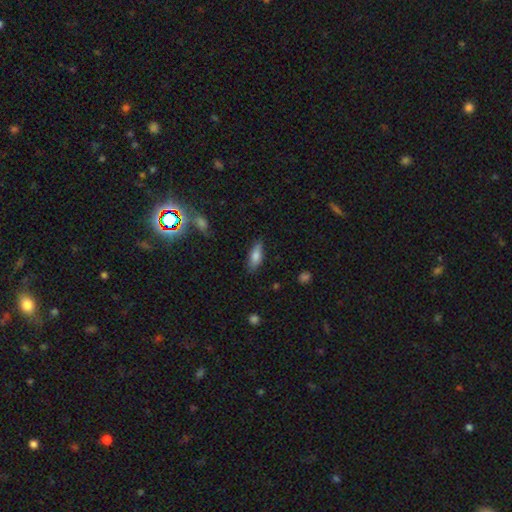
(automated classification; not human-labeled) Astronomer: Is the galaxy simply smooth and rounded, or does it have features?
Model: smooth — 78%.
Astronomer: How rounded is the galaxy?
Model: in between — 69%.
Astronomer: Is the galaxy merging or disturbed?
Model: none — 81%.